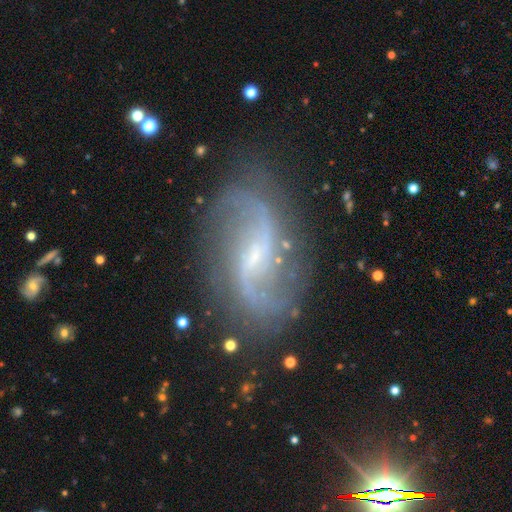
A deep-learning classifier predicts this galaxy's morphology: A featured or disk galaxy (87%) with a weak bar (52%), 2 (90%) loose (74%) spiral arms (96%) and a small central bulge (67%).

Vote fractions:
- Smooth or featured? featured or disk: 87% / star or artifact: 7% / smooth: 6%
- Edge-on disk? no: 97% / yes: 3%
- Bar? weak: 52% / no: 28% / strong: 20%
- Spiral arms? yes: 96% / no: 4%
- Spiral winding? loose: 74% / medium: 20% / tight: 5%
- Spiral arm count? 2: 90% / can't tell: 3% / 1: 2% / 3: 2% / 4: 1% / more than 4: 1%
- Bulge size? small: 67% / none: 17% / moderate: 13% / large: 2% / dominant: 1%
- Merging? none: 77% / minor disturbance: 13% / major disturbance: 7% / merger: 3%